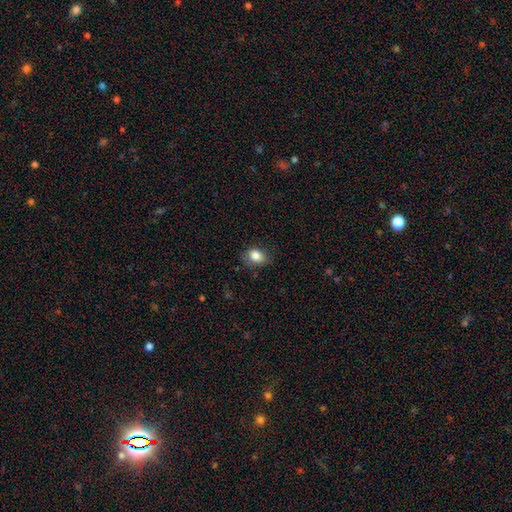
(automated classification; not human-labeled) This is clearly a smooth galaxy (84%). How rounded: likely in between (63%). Merging: likely none (71%).